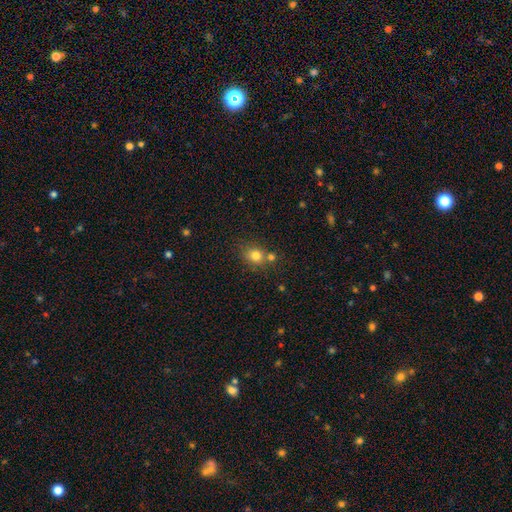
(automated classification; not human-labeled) A smooth galaxy with no disk features (79%) that is round (72%). Merging: none (62%).